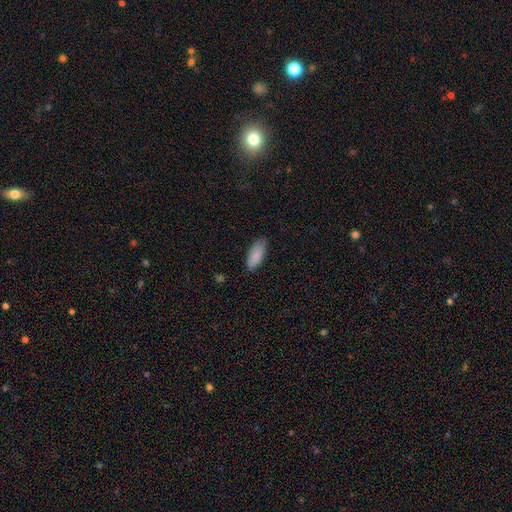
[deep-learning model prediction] Smooth or featured? smooth (86%)
How rounded? in between (83%)
Merging? none (75%)